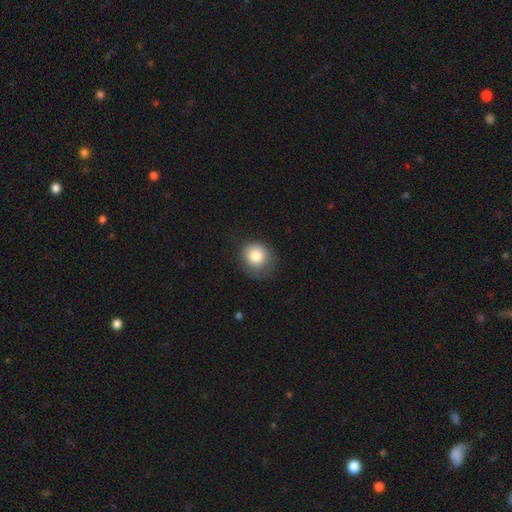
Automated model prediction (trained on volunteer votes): This is clearly a smooth galaxy (83%). How rounded: clearly round (80%). Merging: likely none (62%).